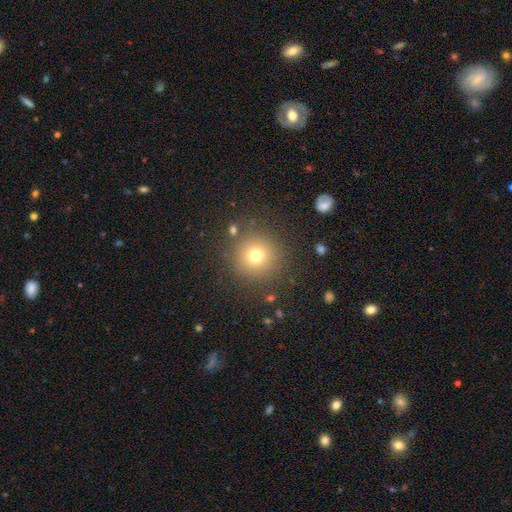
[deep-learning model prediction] Overall: smooth (72%). How rounded: round (96%). Merging: none (87%).